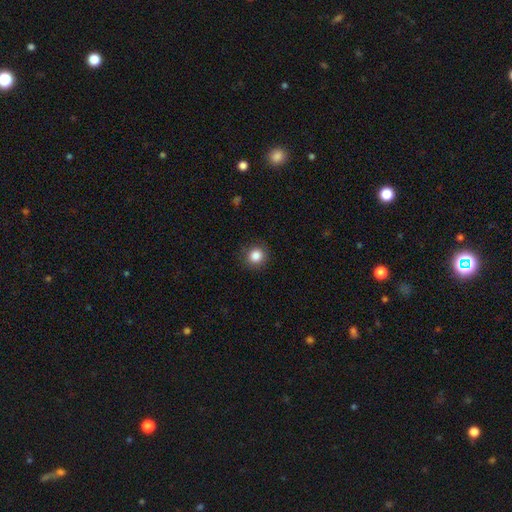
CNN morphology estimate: A smooth galaxy with no disk features (85%) that is round (90%).

Vote fractions:
- Smooth or featured? smooth: 85% / star or artifact: 10% / featured or disk: 5%
- How rounded? round: 90% / in between: 9% / cigar-shaped: 1%
- Merging? none: 89% / minor disturbance: 8% / major disturbance: 3% / merger: 1%